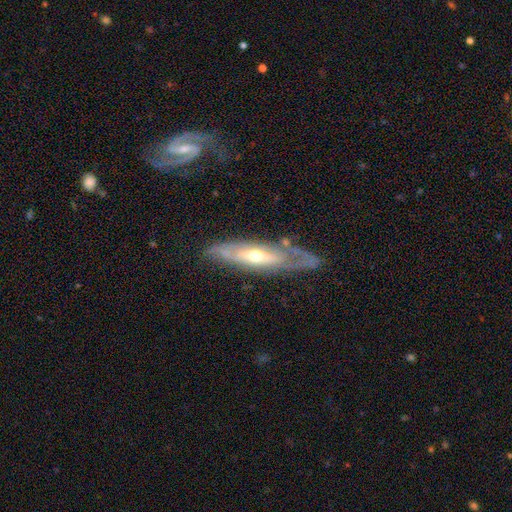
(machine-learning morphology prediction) Q: Smooth or featured?
A: featured or disk (75%); runner-up: smooth (19%)
Q: Edge-on disk?
A: no (64%); runner-up: yes (36%)
Q: Merging?
A: none (64%); runner-up: minor disturbance (21%)